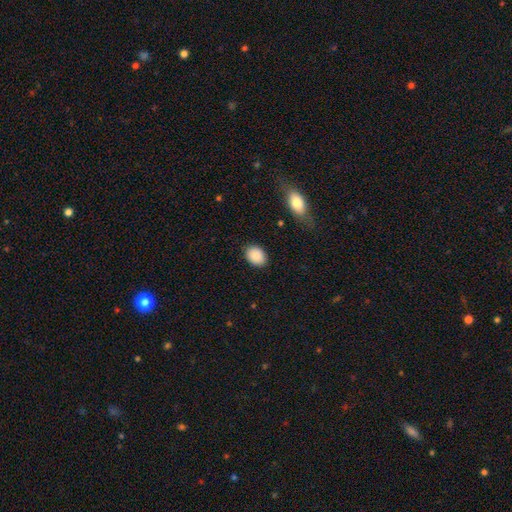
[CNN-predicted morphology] This is clearly a smooth galaxy (89%). How rounded: likely in between (69%). Merging: clearly none (86%).